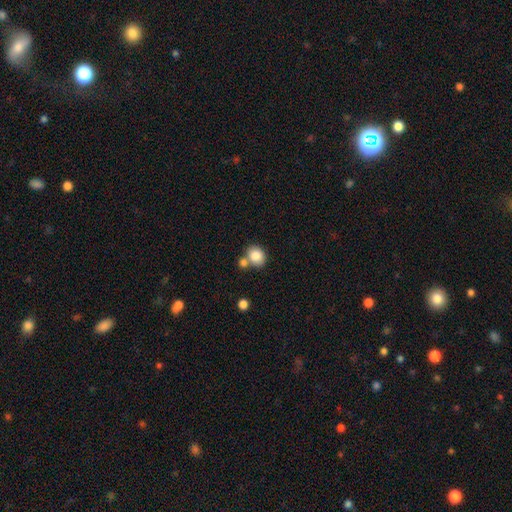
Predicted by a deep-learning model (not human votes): This is clearly a smooth galaxy (83%). How rounded: likely round (65%). Merging: possibly none (56%).